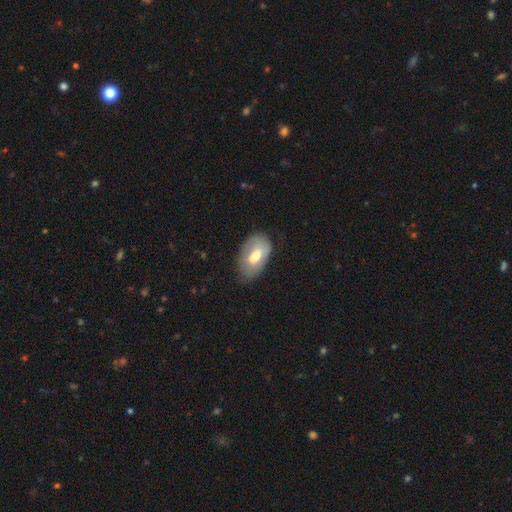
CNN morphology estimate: A smooth galaxy with no disk features (57%) that is in between round and cigar-shaped (91%). Merging: none (62%).